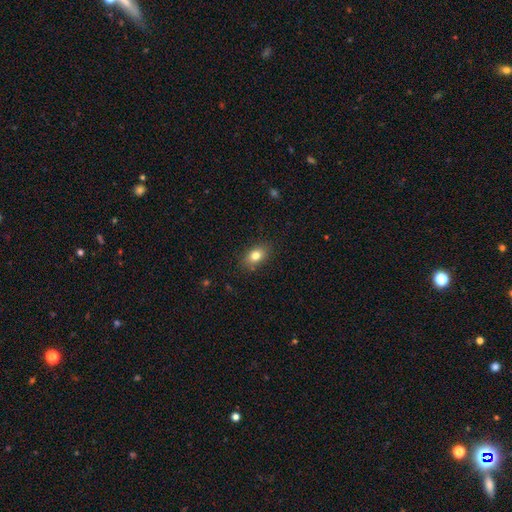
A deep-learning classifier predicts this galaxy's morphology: Smooth or featured? smooth (80%)
How rounded? in between (80%)
Merging? none (85%)